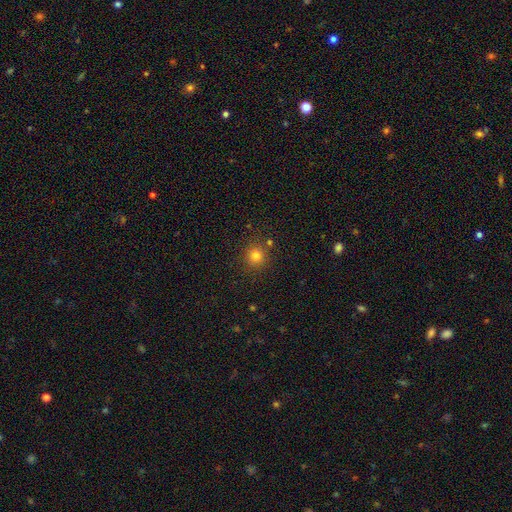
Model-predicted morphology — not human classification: A smooth galaxy with no disk features (79%) that is round (90%). Merging: none (82%).